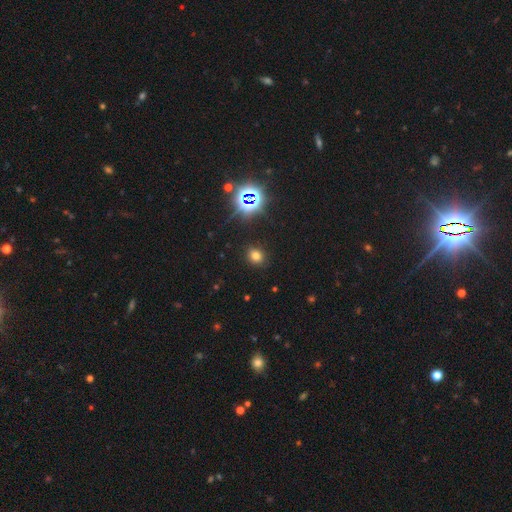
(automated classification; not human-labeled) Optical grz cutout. It shows a smooth galaxy with no disk features (69%) that is round (66%). Merging: none (88%).